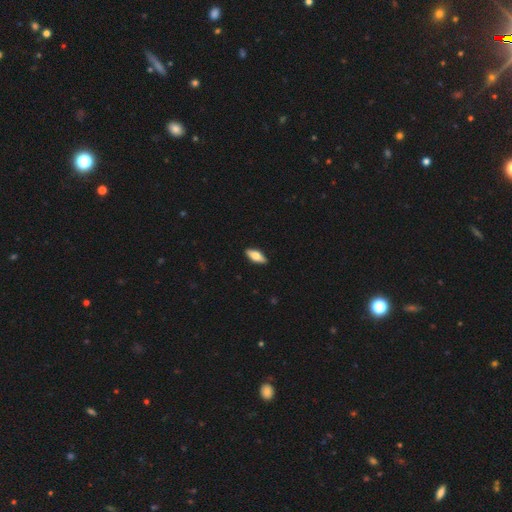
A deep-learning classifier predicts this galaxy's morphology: Q: Smooth or featured?
A: smooth (64%); runner-up: featured or disk (30%)
Q: How rounded?
A: in between (76%); runner-up: cigar-shaped (22%)
Q: Merging?
A: none (89%); runner-up: minor disturbance (8%)